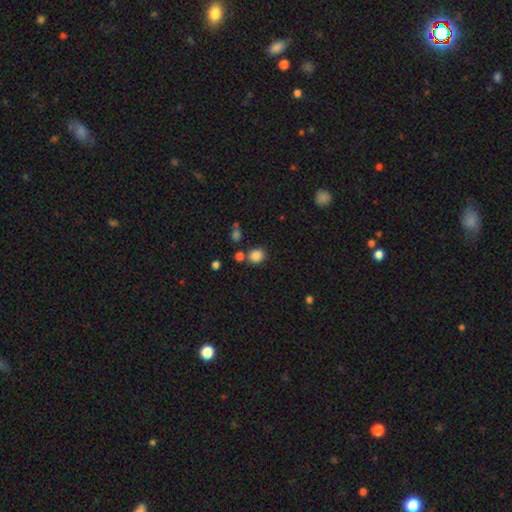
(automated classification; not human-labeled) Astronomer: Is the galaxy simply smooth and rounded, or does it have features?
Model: smooth — 85%.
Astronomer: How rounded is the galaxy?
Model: round — 72%.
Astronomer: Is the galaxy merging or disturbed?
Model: none — 74%.